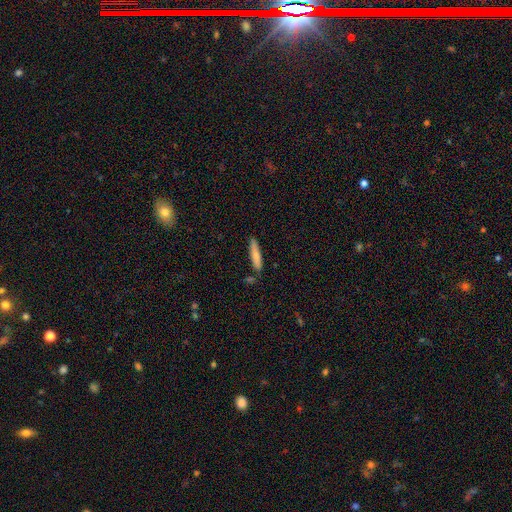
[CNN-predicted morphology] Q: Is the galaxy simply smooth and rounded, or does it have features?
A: smooth — 76%.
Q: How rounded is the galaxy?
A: cigar-shaped — 87%.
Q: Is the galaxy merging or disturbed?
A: none — 82%.